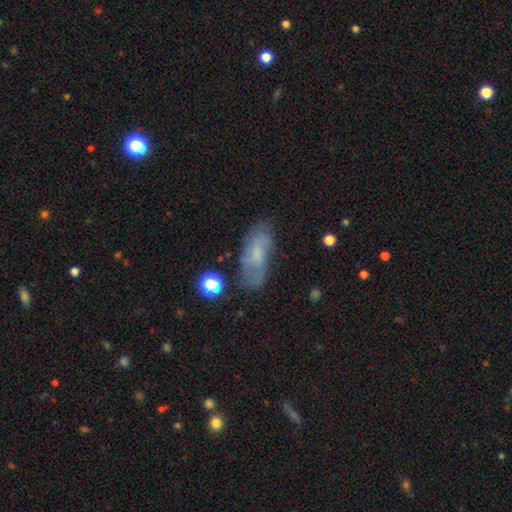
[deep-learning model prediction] Smooth or featured? Predicted: smooth (p=0.50). How rounded? Predicted: in between (p=0.78). Merging? Predicted: none (p=0.62).